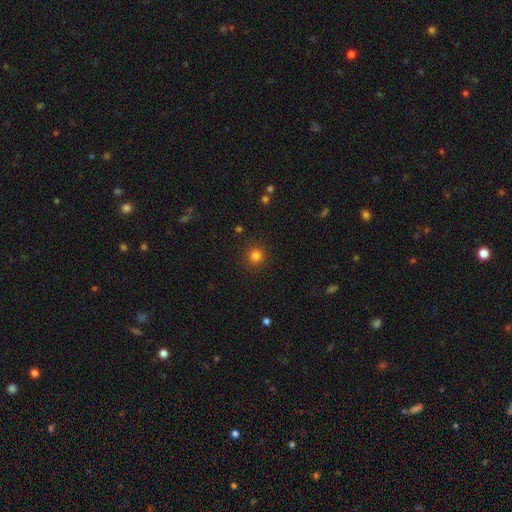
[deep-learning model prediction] A smooth galaxy with no disk features (81%) that is round (94%). Merging: none (91%).